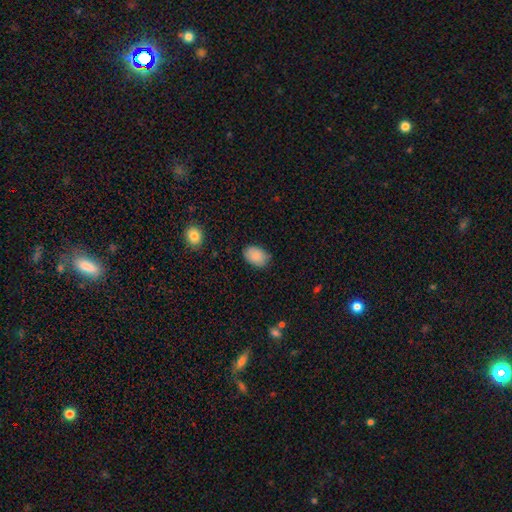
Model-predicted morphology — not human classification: This appears to be a smooth galaxy with no disk features (88%) that is in between round and cigar-shaped (82%). Merging: none (80%).